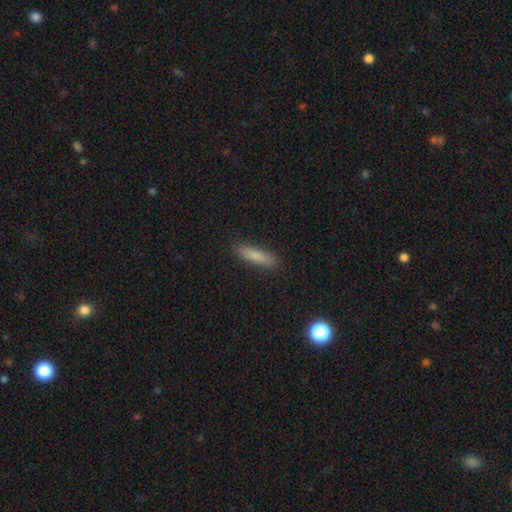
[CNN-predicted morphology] smooth-or-featured: smooth: 80% | featured or disk: 13% | star or artifact: 7%
  how-rounded: cigar-shaped: 77% | in between: 21% | round: 2%
  merging: none: 89% | minor disturbance: 8% | major disturbance: 2% | merger: 1%